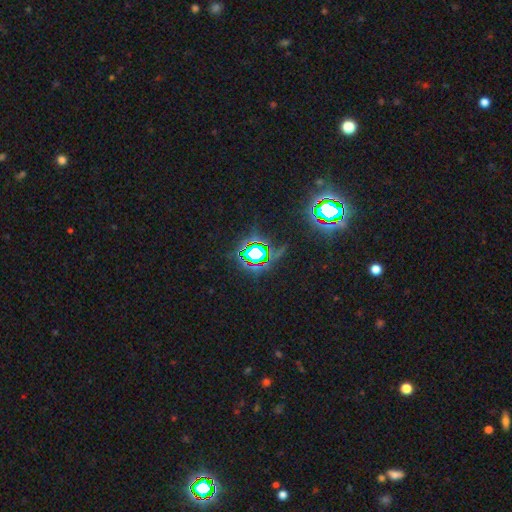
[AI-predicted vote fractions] Smooth or featured? star or artifact (75%)